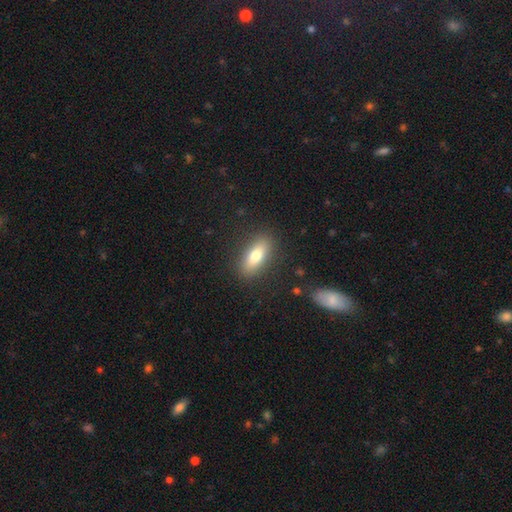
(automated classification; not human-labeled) This is likely a smooth galaxy (74%). How rounded: likely in between (75%). Merging: clearly none (87%).